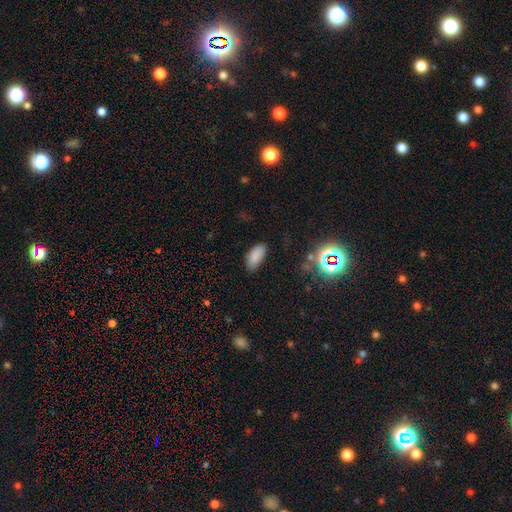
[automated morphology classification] Overall: smooth (85%). How rounded: in between (92%). Merging: none (81%).